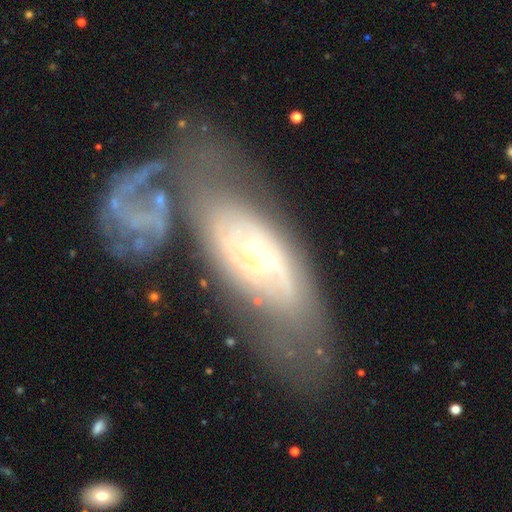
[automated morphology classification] smooth-or-featured: featured or disk: 77% | smooth: 16% | star or artifact: 7%
  disk-edge-on: no: 89% | yes: 11%
    bar: no: 67% | weak: 24% | strong: 10%
    has-spiral-arms: yes: 81% | no: 19%
      spiral-winding: tight: 55% | medium: 31% | loose: 14%
      spiral-arm-count: 2: 41% | can't tell: 39% | 3: 8% | 1: 5% | 4: 4% | more than 4: 3%
    bulge-size: small: 67% | moderate: 29% | large: 2% | none: 1% | dominant: 1%
  merging: none: 44% | merger: 22% | minor disturbance: 18% | major disturbance: 16%